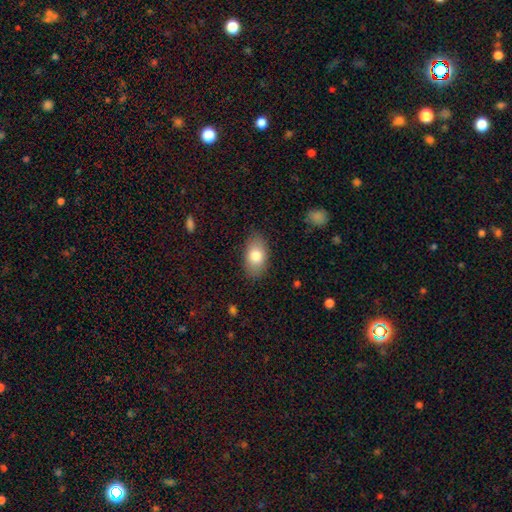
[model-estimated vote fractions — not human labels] Morphology: type=smooth (79%); roundness=in between (92%); merging=none (85%).